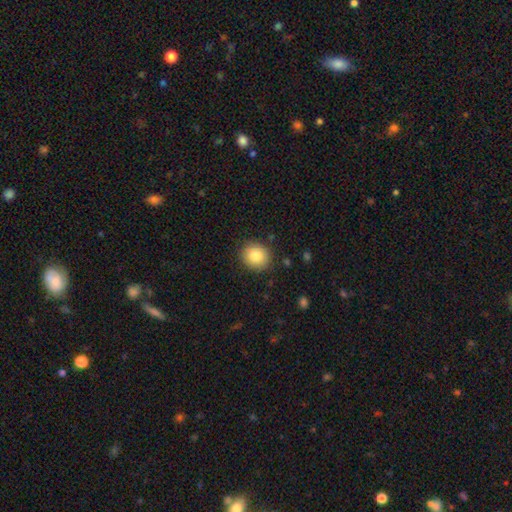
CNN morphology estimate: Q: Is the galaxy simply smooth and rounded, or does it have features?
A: smooth — 83%.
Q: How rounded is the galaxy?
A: round — 78%.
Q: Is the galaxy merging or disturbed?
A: none — 88%.